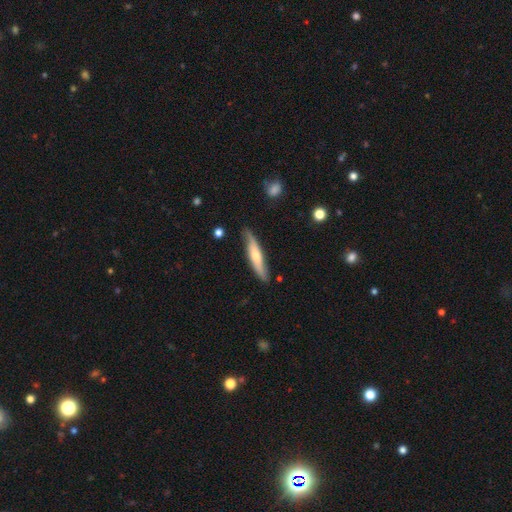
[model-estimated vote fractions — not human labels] smooth 48%, featured or disk 47%, star or artifact 5%. Down the decision tree: merging — none (78%).